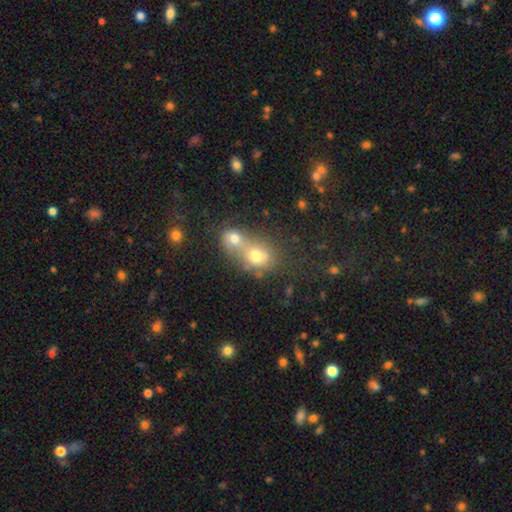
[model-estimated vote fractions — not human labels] Smooth or featured?
  - smooth: 69% *
  - featured or disk: 17%
  - star or artifact: 14%
How rounded?
  - round: 64% *
  - in between: 34%
  - cigar-shaped: 1%
Merging?
  - merger: 70% *
  - none: 20%
  - minor disturbance: 6%
  - major disturbance: 4%